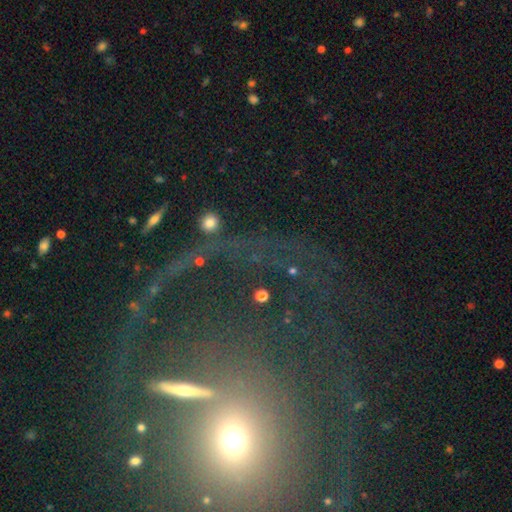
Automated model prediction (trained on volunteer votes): star or artifact 41%, featured or disk 34%, smooth 25%.